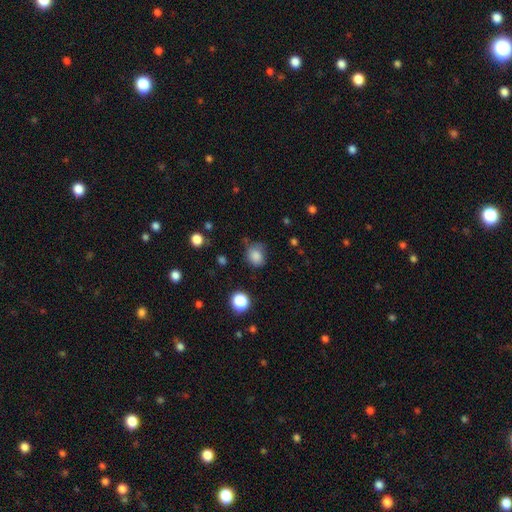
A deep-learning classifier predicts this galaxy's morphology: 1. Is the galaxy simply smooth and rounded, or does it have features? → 83% smooth, 12% star or artifact, 5% featured or disk.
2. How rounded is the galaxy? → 65% round, 34% in between, 1% cigar-shaped.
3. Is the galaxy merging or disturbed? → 64% none, 26% minor disturbance, 7% major disturbance, 3% merger.